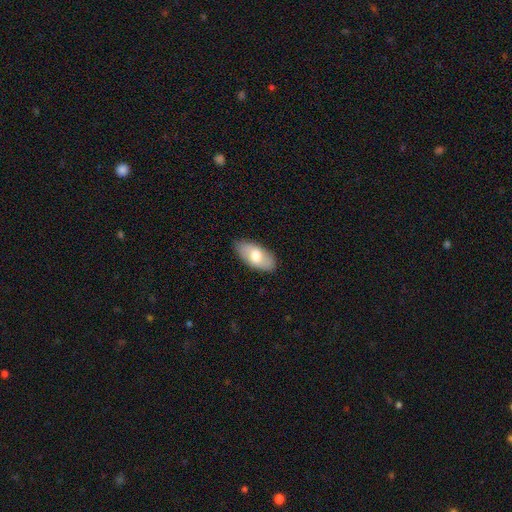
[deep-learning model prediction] smooth 70%, featured or disk 25%, star or artifact 6%. Down the decision tree: how rounded — in between (93%); merging — none (85%).